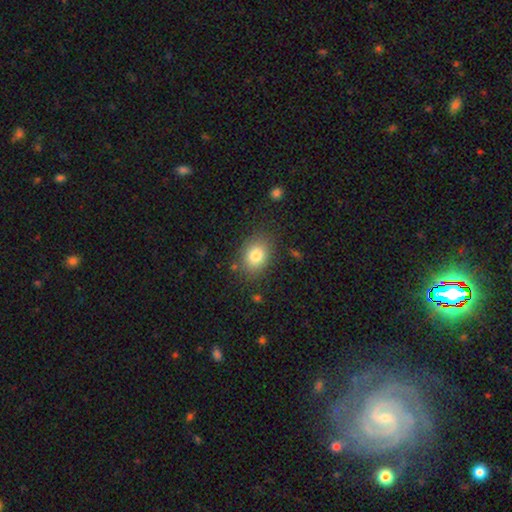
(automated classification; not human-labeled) Overall: smooth (81%). How rounded: in between (60%; round 39%). Merging: none (82%).